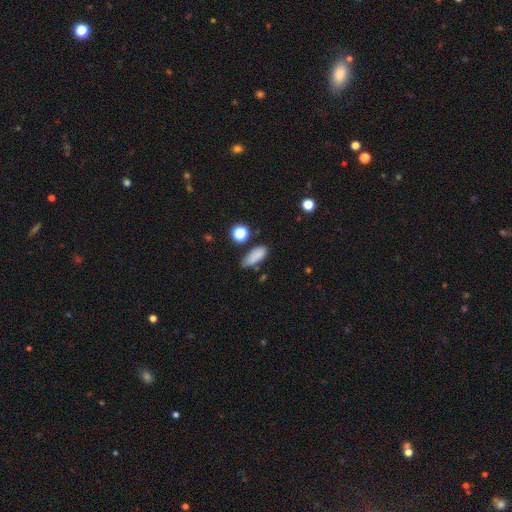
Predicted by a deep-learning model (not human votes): Smooth or featured?
  - smooth: 82% *
  - star or artifact: 11%
  - featured or disk: 7%
How rounded?
  - in between: 75% *
  - cigar-shaped: 20%
  - round: 5%
Merging?
  - none: 66% *
  - minor disturbance: 22%
  - merger: 6%
  - major disturbance: 5%